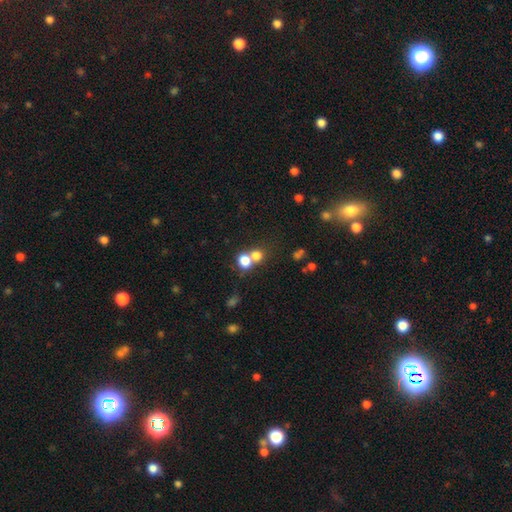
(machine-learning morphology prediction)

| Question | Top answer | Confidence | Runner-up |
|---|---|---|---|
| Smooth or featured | smooth | 73% | star or artifact (15%) |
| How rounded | round | 75% | in between (23%) |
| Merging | merger | 48% | none (42%) |